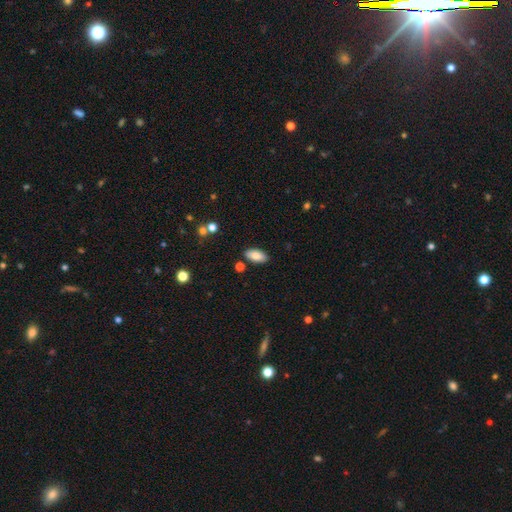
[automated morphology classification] Q: Smooth or featured?
A: smooth (83%); runner-up: featured or disk (10%)
Q: How rounded?
A: in between (92%); runner-up: cigar-shaped (6%)
Q: Merging?
A: none (85%); runner-up: minor disturbance (9%)